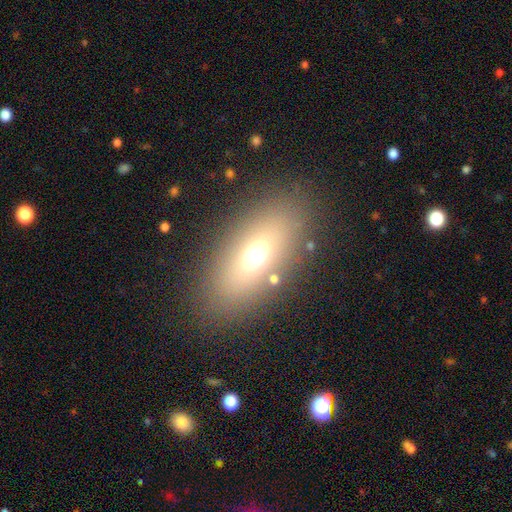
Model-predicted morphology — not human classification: A smooth galaxy with no disk features (64%) that is in between round and cigar-shaped (82%). Merging: none (83%).